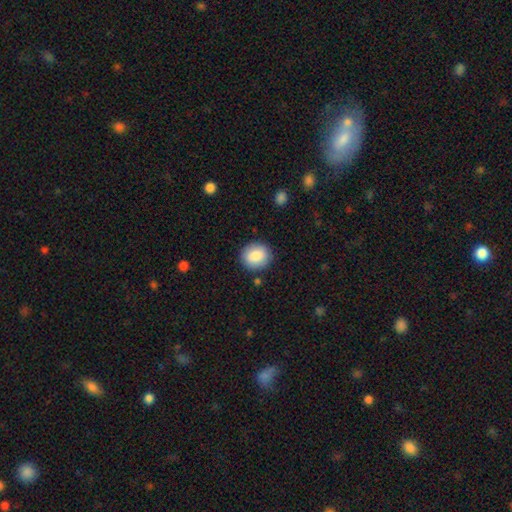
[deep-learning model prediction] Smooth or featured? Predicted: smooth (p=0.85). How rounded? Predicted: round (p=0.75). Merging? Predicted: none (p=0.88).